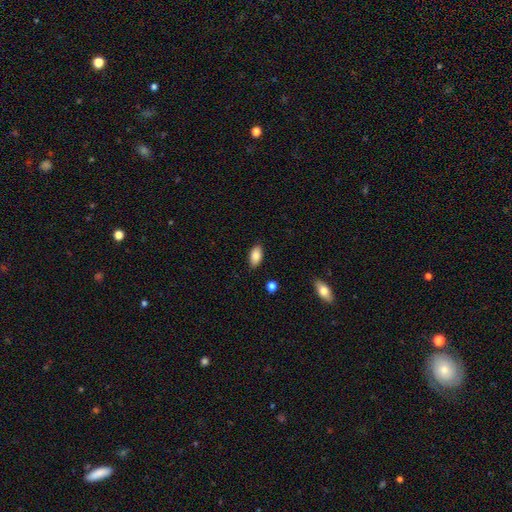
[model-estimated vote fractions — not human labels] A smooth galaxy with no disk features (84%) that is in between round and cigar-shaped (93%). Merging: none (87%).